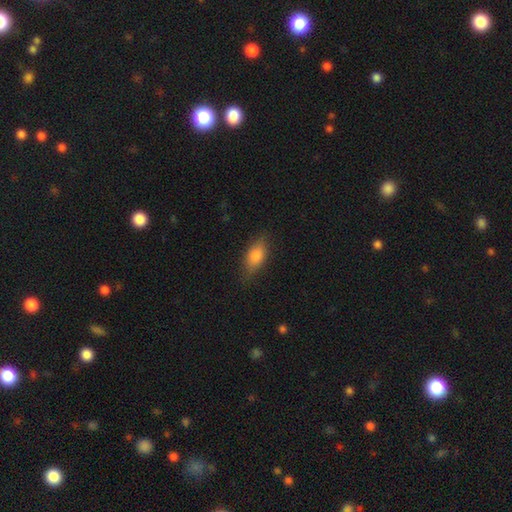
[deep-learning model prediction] Smooth or featured: smooth — 80% (featured or disk — 12%)
How rounded: in between — 83% (cigar-shaped — 11%)
Merging: none — 81% (minor disturbance — 15%)